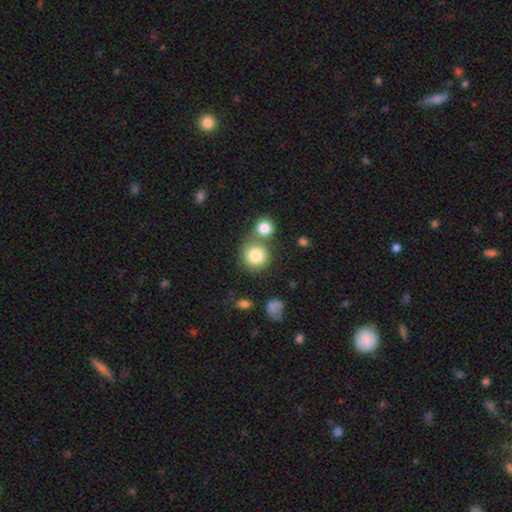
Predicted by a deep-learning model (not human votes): A smooth galaxy with no disk features (82%) that is round (90%).

Vote fractions:
- Smooth or featured? smooth: 82% / star or artifact: 9% / featured or disk: 9%
- How rounded? round: 90% / in between: 9% / cigar-shaped: 1%
- Merging? none: 55% / merger: 33% / minor disturbance: 9% / major disturbance: 4%